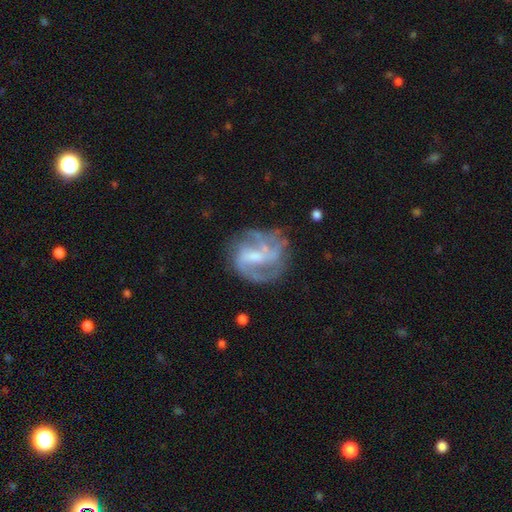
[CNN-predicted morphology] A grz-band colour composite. It shows a featured or disk galaxy (81%) with a weak bar (51%), 2 (41%) medium (47%) spiral arms (89%) and a moderate central bulge (36%). Merging: none (60%).